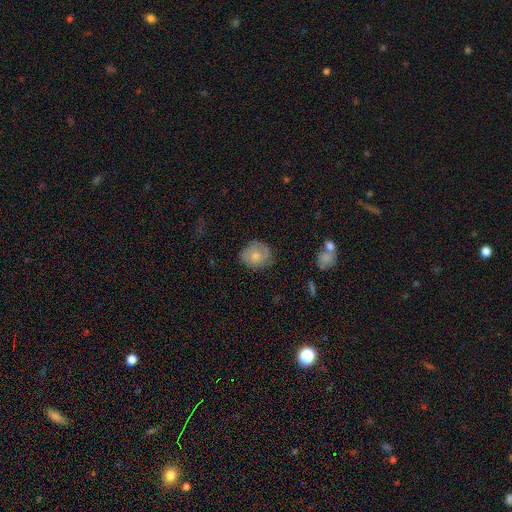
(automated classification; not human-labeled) Smooth or featured?
  - smooth: 59% *
  - featured or disk: 34%
  - star or artifact: 7%
How rounded?
  - round: 70% *
  - in between: 29%
  - cigar-shaped: 1%
Merging?
  - none: 73% *
  - minor disturbance: 21%
  - major disturbance: 5%
  - merger: 1%